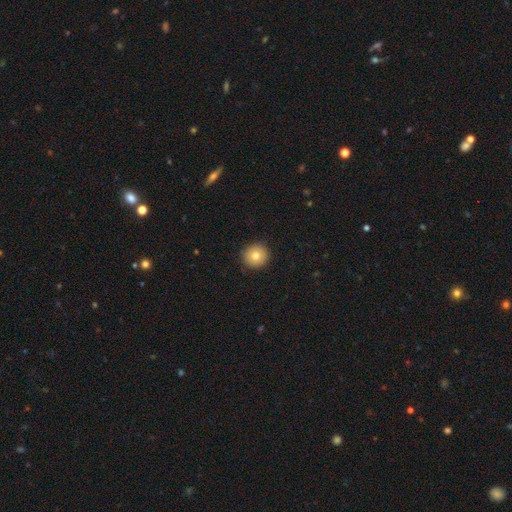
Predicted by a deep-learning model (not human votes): Smooth or featured?
  - smooth: 80% *
  - featured or disk: 11%
  - star or artifact: 10%
How rounded?
  - round: 94% *
  - in between: 5%
  - cigar-shaped: 1%
Merging?
  - none: 91% *
  - minor disturbance: 6%
  - major disturbance: 2%
  - merger: 1%